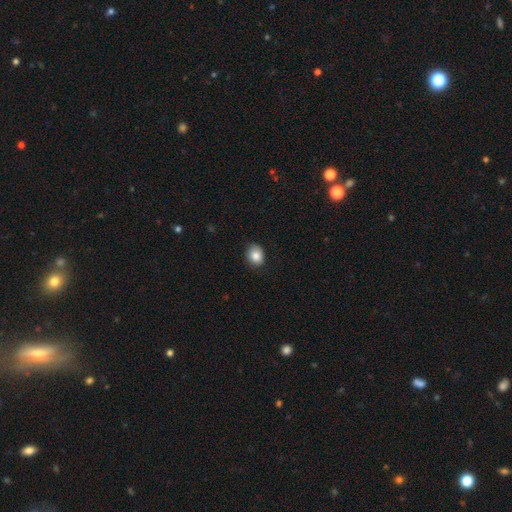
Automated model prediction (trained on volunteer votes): The model was most divided on "how rounded": round: 56%, in between: 43%, cigar-shaped: 1%. More confident: smooth or featured — smooth (86%); merging — none (85%).